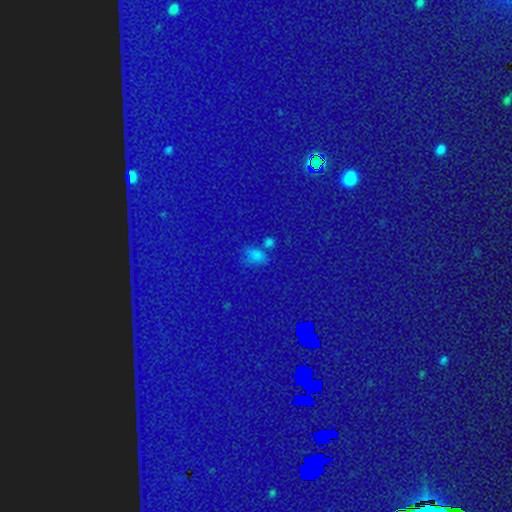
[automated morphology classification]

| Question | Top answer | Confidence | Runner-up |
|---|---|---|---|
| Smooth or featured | star or artifact | 51% | smooth (39%) |